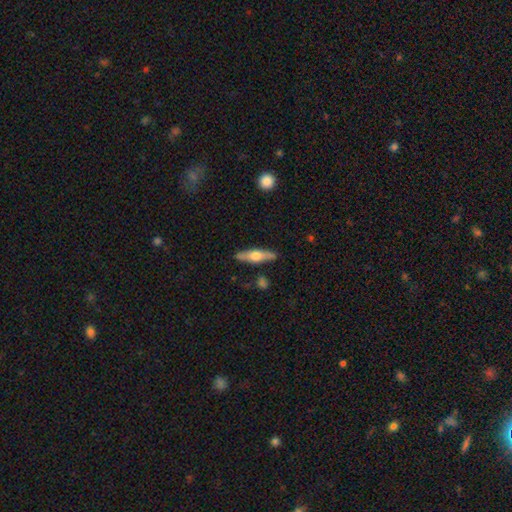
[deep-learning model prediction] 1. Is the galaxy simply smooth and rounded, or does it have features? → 55% featured or disk, 39% smooth, 6% star or artifact.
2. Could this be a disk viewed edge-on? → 92% yes, 8% no.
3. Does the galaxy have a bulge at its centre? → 92% rounded, 5% boxy, 3% none.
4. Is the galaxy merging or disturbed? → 85% none, 10% minor disturbance, 2% merger, 2% major disturbance.